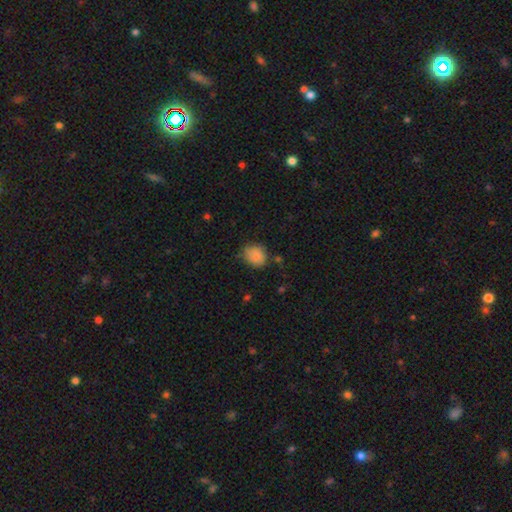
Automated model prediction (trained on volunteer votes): Q: Smooth or featured?
A: smooth (84%); runner-up: star or artifact (9%)
Q: How rounded?
A: round (60%); runner-up: in between (39%)
Q: Merging?
A: none (68%); runner-up: minor disturbance (24%)